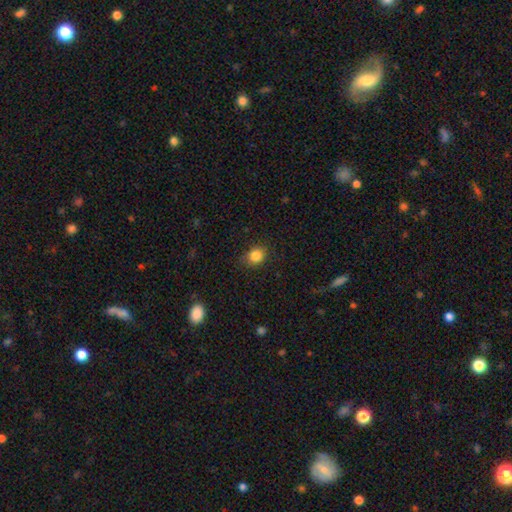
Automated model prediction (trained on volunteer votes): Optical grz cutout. It shows a smooth galaxy with no disk features (85%) that is round (67%). Merging: none (82%).